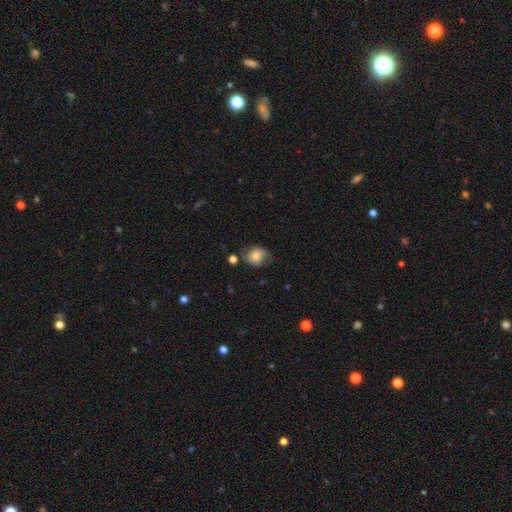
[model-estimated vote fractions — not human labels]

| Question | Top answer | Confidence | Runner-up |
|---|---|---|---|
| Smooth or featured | smooth | 60% | featured or disk (31%) |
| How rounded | round | 61% | in between (38%) |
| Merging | none | 57% | minor disturbance (28%) |